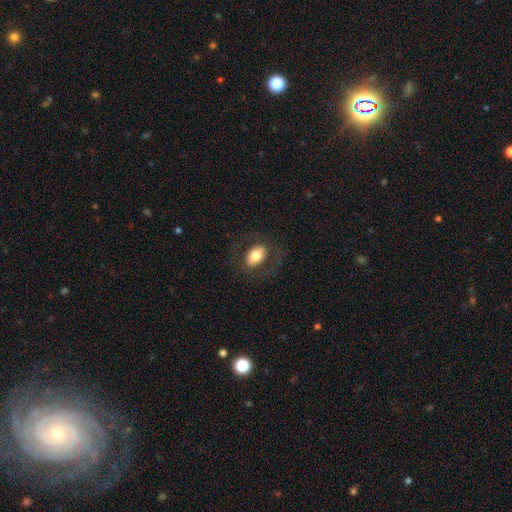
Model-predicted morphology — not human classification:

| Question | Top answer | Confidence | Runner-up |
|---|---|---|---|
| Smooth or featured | smooth | 66% | featured or disk (26%) |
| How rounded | in between | 80% | round (18%) |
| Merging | none | 77% | minor disturbance (12%) |